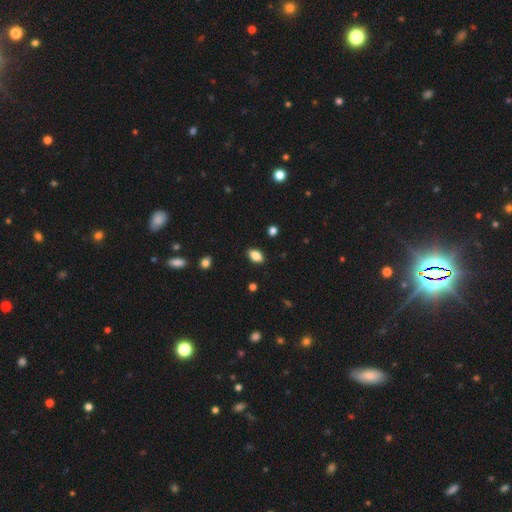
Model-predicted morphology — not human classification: A smooth galaxy with no disk features (85%) that is in between round and cigar-shaped (89%). Merging: none (88%).